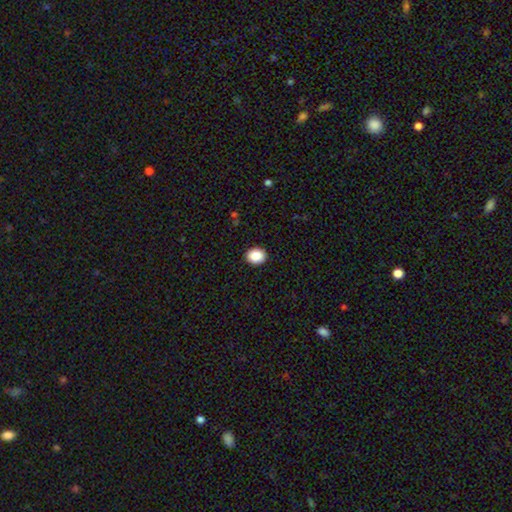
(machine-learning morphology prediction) Q: Smooth or featured?
A: smooth (87%); runner-up: star or artifact (8%)
Q: How rounded?
A: round (54%); runner-up: in between (45%)
Q: Merging?
A: none (92%); runner-up: minor disturbance (6%)